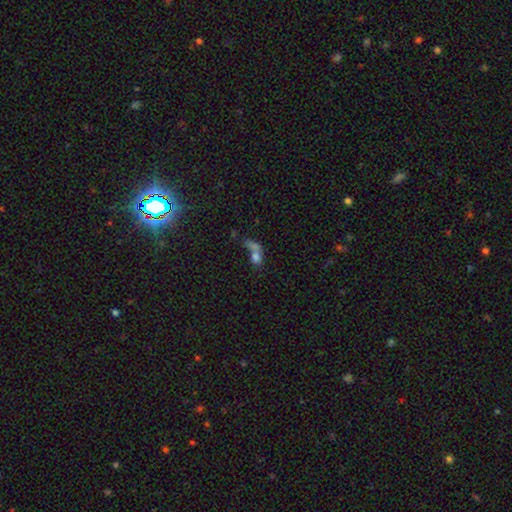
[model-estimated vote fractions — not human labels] Smooth or featured: smooth — 67% (star or artifact — 17%)
How rounded: in between — 50% (round — 43%)
Merging: merger — 57% (none — 23%)